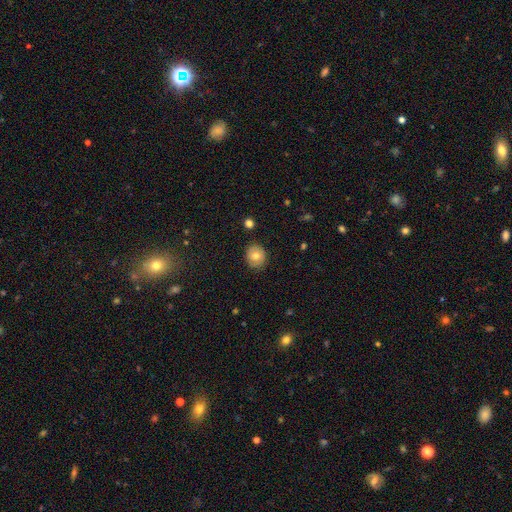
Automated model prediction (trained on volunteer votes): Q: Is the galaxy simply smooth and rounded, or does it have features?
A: smooth — 76%.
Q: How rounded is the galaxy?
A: round — 74%.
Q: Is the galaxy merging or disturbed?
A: none — 88%.